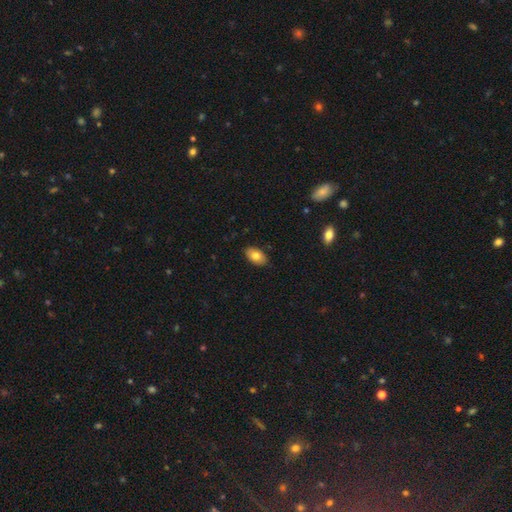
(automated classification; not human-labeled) The model was most divided on "smooth or featured": smooth: 79%, featured or disk: 14%, star or artifact: 7%. More confident: how rounded — in between (92%); merging — none (87%).